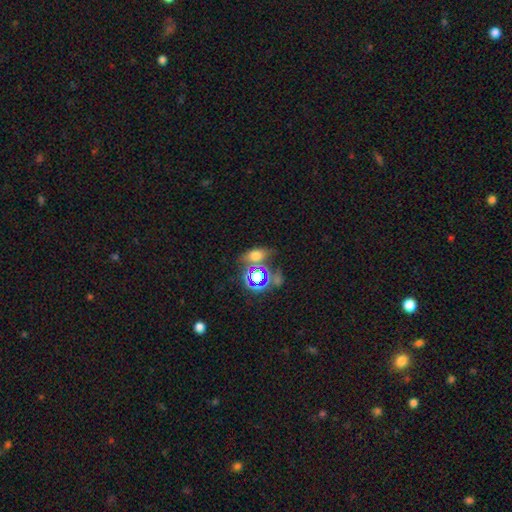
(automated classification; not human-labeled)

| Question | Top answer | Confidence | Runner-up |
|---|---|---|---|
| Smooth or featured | smooth | 55% | star or artifact (31%) |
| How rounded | in between | 73% | round (23%) |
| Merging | none | 56% | merger (20%) |